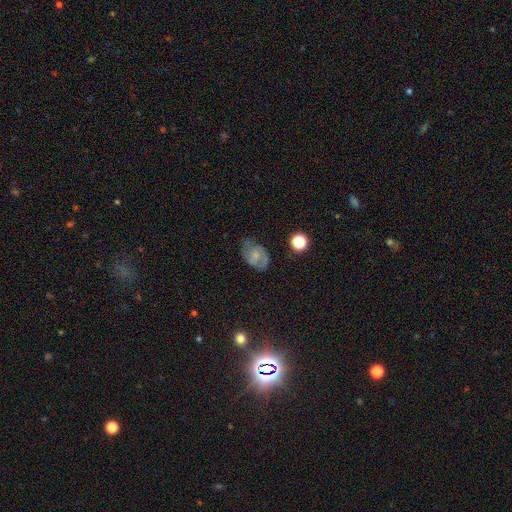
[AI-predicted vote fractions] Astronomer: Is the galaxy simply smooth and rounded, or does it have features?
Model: smooth — 46% (runner-up: featured or disk, 43%).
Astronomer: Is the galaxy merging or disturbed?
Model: none — 59%.